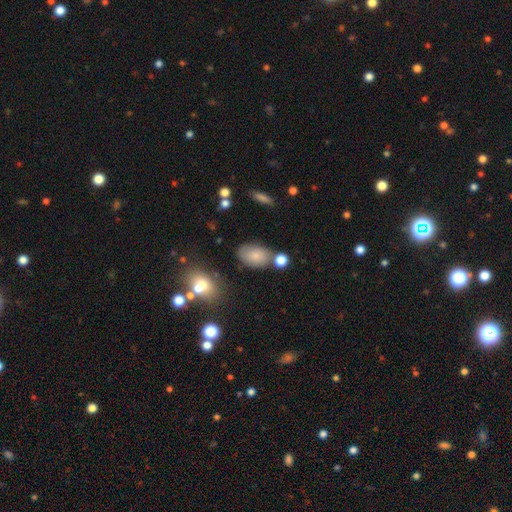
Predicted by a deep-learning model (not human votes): Smooth or featured?
  - smooth: 79% *
  - featured or disk: 11%
  - star or artifact: 10%
How rounded?
  - in between: 87% *
  - round: 11%
  - cigar-shaped: 2%
Merging?
  - none: 64% *
  - minor disturbance: 19%
  - merger: 11%
  - major disturbance: 6%